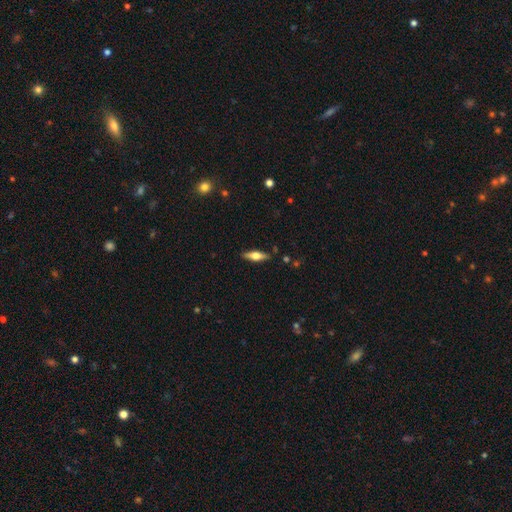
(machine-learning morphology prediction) featured or disk 51%, smooth 43%, star or artifact 6%. Down the decision tree: edge-on disk — yes (92%); merging — none (88%).